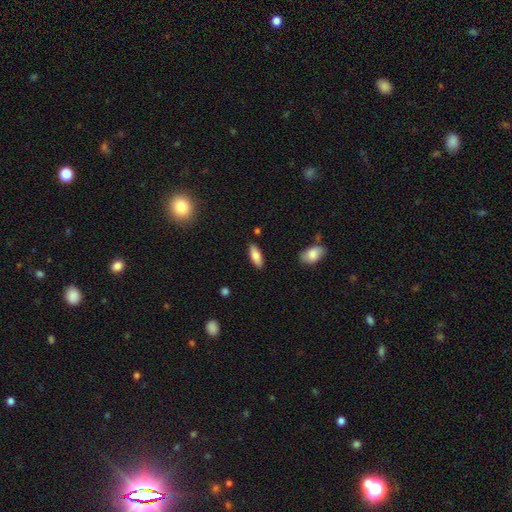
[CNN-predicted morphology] Smooth or featured? Predicted: smooth (p=0.81). How rounded? Predicted: in between (p=0.73). Merging? Predicted: none (p=0.86).